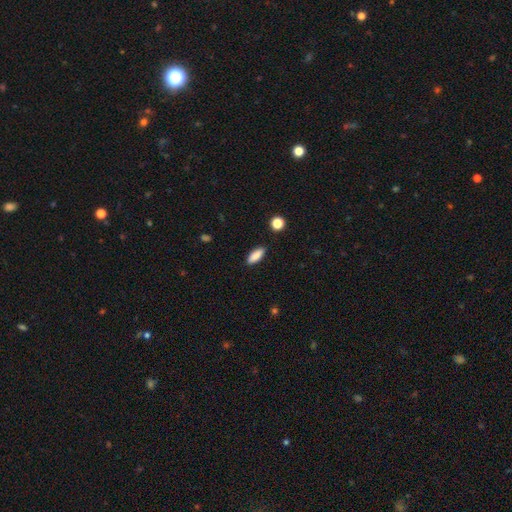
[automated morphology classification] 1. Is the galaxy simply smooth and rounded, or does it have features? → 88% smooth, 7% star or artifact, 5% featured or disk.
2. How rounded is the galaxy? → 73% in between, 24% cigar-shaped, 2% round.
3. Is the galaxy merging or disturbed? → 88% none, 9% minor disturbance, 2% major disturbance, 1% merger.